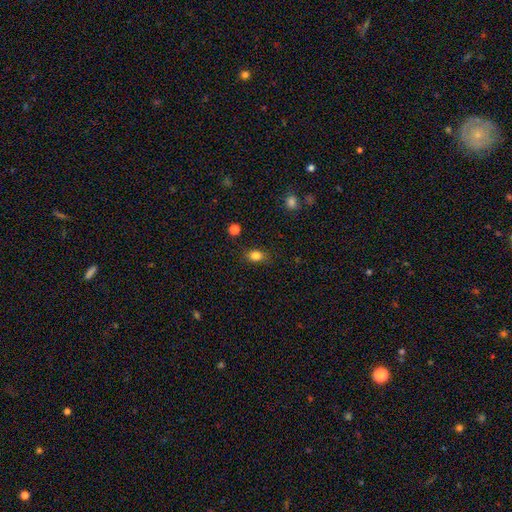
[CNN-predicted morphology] The model was most divided on "how rounded": in between: 68%, round: 31%, cigar-shaped: 2%. More confident: merging — none (82%); smooth or featured — smooth (82%).